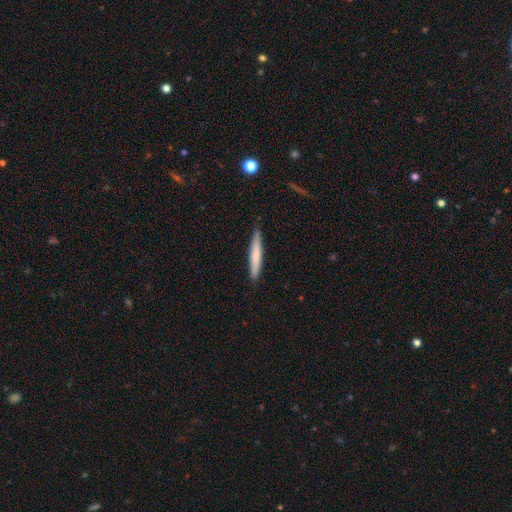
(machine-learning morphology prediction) Smooth or featured? smooth (71%)
How rounded? cigar-shaped (95%)
Merging? none (89%)